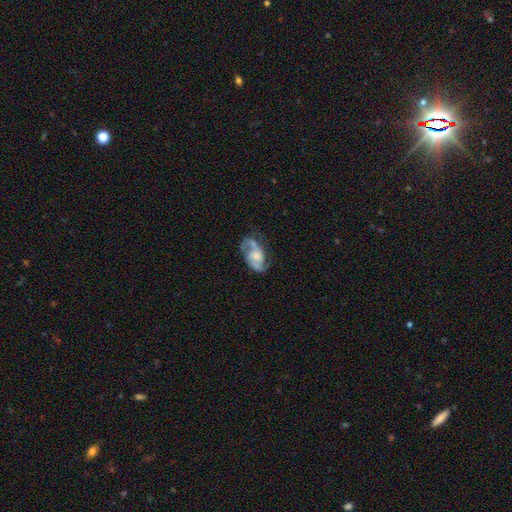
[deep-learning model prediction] Smooth or featured?
  - featured or disk: 77% *
  - smooth: 16%
  - star or artifact: 7%
Edge-on disk?
  - no: 97% *
  - yes: 3%
Bar?
  - no: 61% *
  - weak: 32%
  - strong: 8%
Spiral arms?
  - yes: 90% *
  - no: 10%
Spiral winding?
  - medium: 50% *
  - loose: 31%
  - tight: 19%
Spiral arm count?
  - 2: 83% *
  - can't tell: 7%
  - 1: 5%
  - 3: 3%
  - 4: 1%
  - more than 4: 1%
Bulge size?
  - small: 34% * (tied)
  - moderate: 34% * (tied)
  - none: 18%
  - large: 12%
  - dominant: 2%
Merging?
  - none: 51% *
  - minor disturbance: 23%
  - major disturbance: 20%
  - merger: 5%